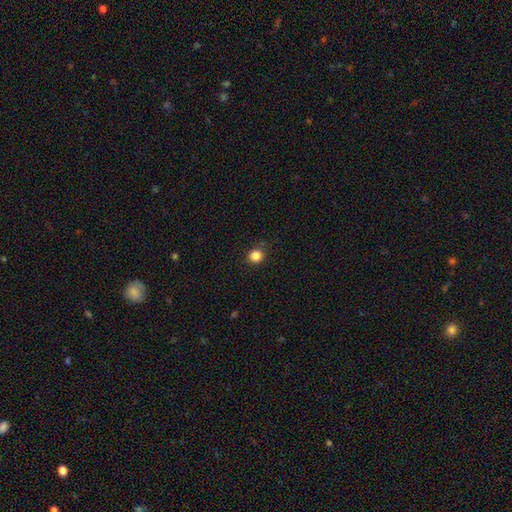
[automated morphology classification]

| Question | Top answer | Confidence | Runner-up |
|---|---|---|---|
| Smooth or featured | smooth | 84% | star or artifact (12%) |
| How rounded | round | 87% | in between (12%) |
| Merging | none | 87% | minor disturbance (9%) |